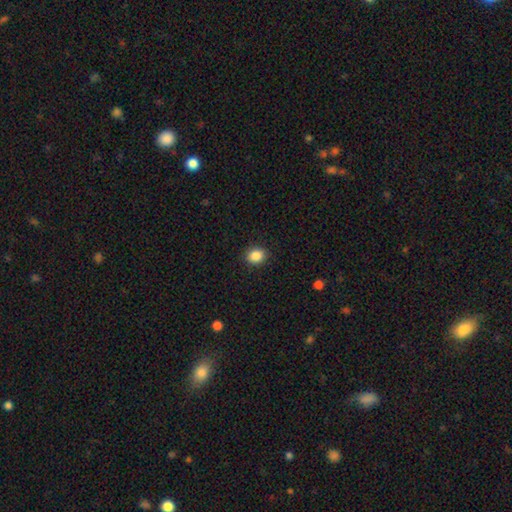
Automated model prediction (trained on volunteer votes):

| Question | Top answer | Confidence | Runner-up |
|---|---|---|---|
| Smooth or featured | smooth | 87% | star or artifact (9%) |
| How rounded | round | 67% | in between (32%) |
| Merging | none | 91% | minor disturbance (6%) |